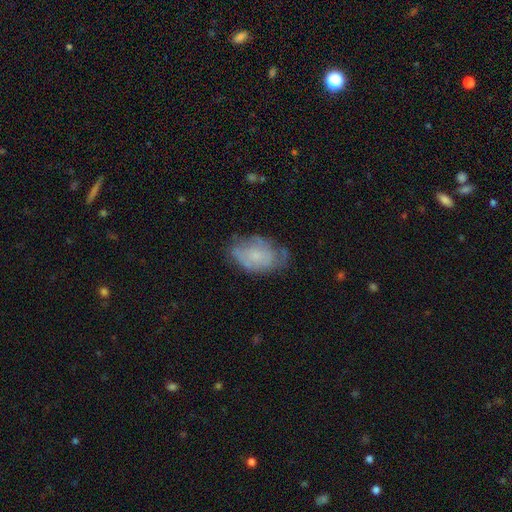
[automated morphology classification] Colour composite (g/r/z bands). It shows a featured or disk galaxy (47%). Merging: none (52%).